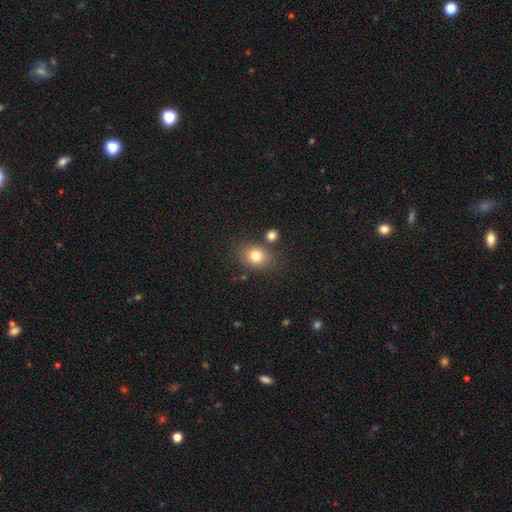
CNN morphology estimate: The model was most divided on "how rounded": round: 53%, in between: 46%, cigar-shaped: 1%. More confident: smooth or featured — smooth (79%); merging — none (74%).